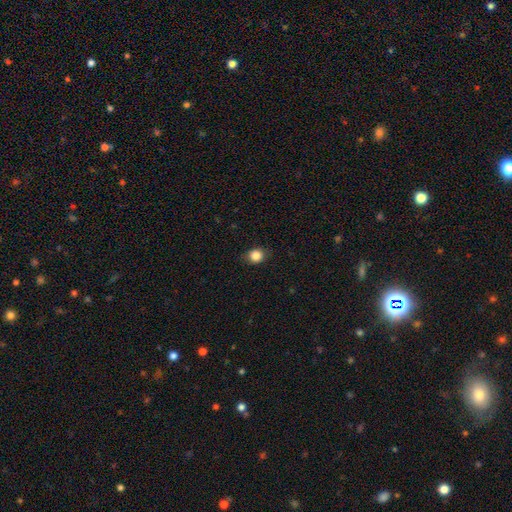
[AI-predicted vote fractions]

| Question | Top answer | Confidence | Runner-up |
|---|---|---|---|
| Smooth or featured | smooth | 85% | star or artifact (10%) |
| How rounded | round | 69% | in between (29%) |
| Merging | none | 84% | minor disturbance (12%) |